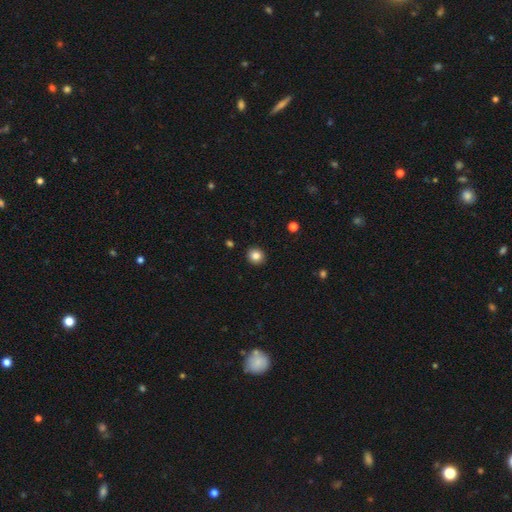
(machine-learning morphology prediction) type=smooth (84%); roundness=round (85%); merging=none (92%).